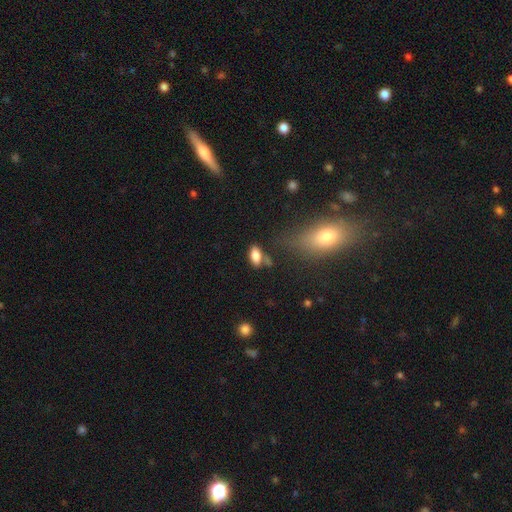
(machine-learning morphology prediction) A smooth galaxy with no disk features (81%) that is in between round and cigar-shaped (88%).

Vote fractions:
- Smooth or featured? smooth: 81% / featured or disk: 11% / star or artifact: 9%
- How rounded? in between: 88% / cigar-shaped: 7% / round: 5%
- Merging? none: 63% / minor disturbance: 18% / merger: 13% / major disturbance: 6%